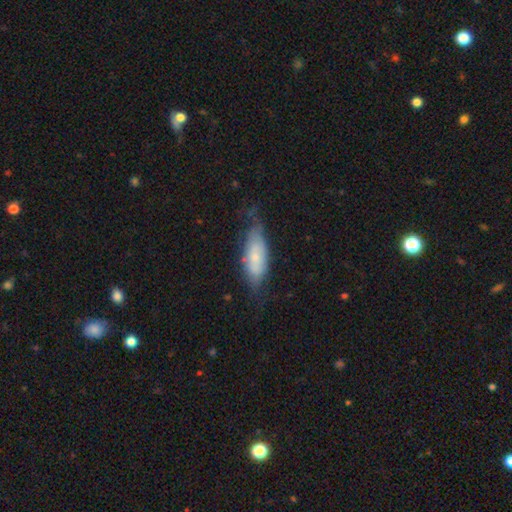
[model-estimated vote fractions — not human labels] Smooth or featured?
  - smooth: 60% *
  - featured or disk: 34%
  - star or artifact: 7%
How rounded?
  - in between: 76% *
  - cigar-shaped: 21%
  - round: 2%
Merging?
  - none: 52% *
  - minor disturbance: 33%
  - major disturbance: 12%
  - merger: 3%